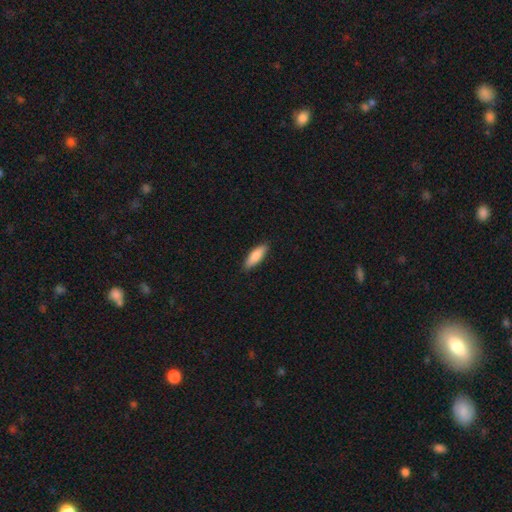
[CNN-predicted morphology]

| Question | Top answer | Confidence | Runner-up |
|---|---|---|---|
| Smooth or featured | smooth | 83% | featured or disk (11%) |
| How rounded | in between | 54% | cigar-shaped (45%) |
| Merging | none | 88% | minor disturbance (9%) |